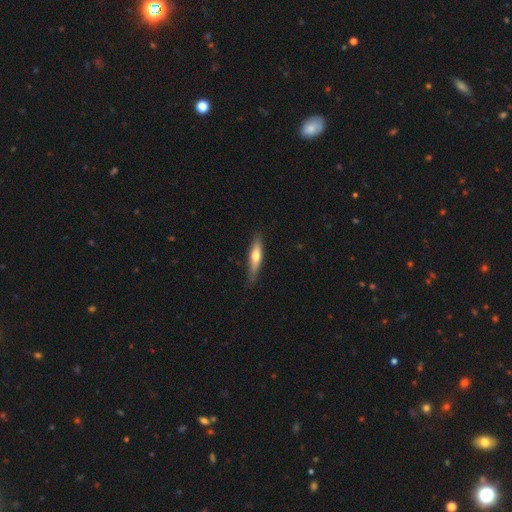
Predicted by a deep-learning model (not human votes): Overall: smooth (56%; featured or disk 38%). How rounded: cigar-shaped (79%). Merging: none (80%).